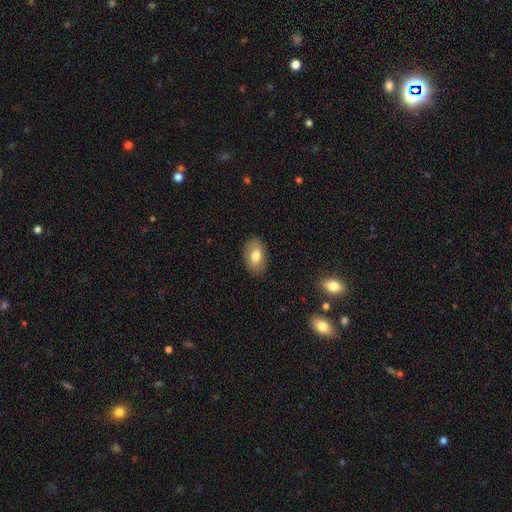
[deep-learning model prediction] A smooth galaxy with no disk features (77%) that is in between round and cigar-shaped (87%). Merging: none (87%).